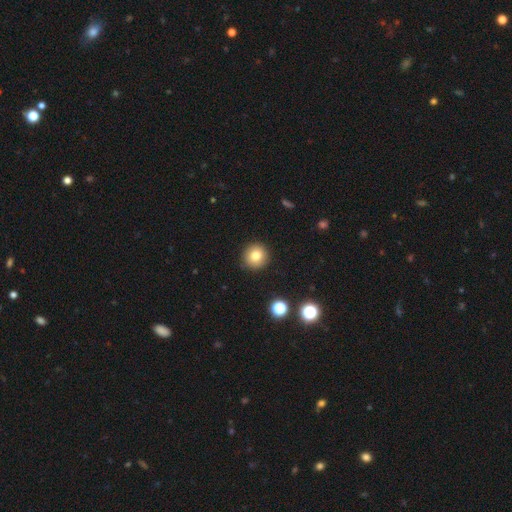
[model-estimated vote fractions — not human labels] This appears to be a smooth galaxy with no disk features (80%) that is round (95%). Merging: none (91%).